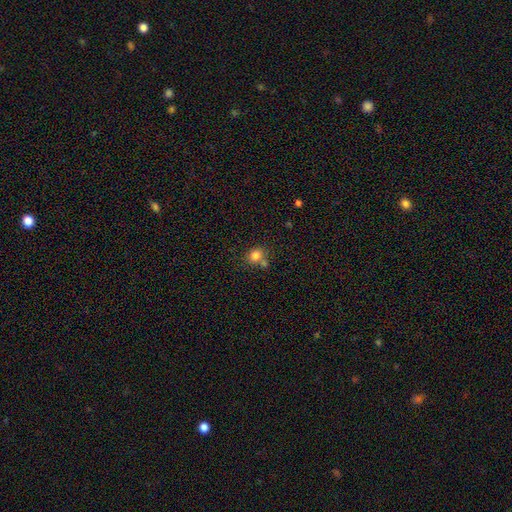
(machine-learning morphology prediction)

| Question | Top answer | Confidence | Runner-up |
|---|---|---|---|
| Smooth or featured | smooth | 82% | star or artifact (12%) |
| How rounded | round | 70% | in between (29%) |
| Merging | none | 58% | merger (26%) |